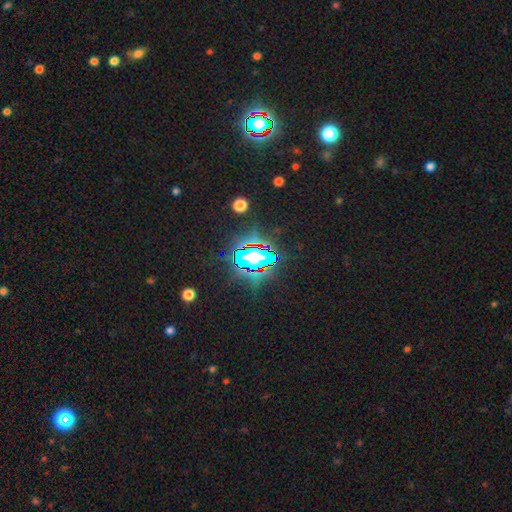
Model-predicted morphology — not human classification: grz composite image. It shows a star or artifact, not a galaxy (80%).